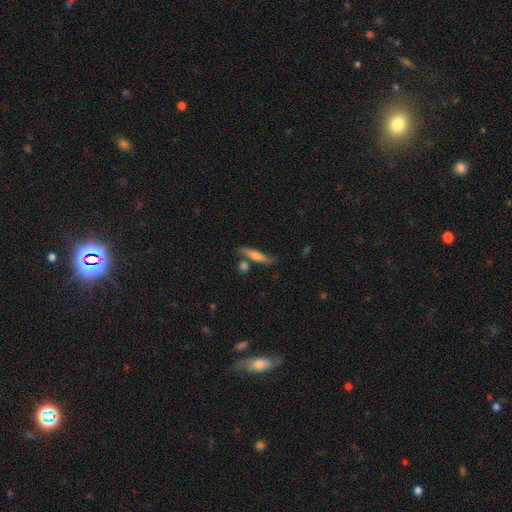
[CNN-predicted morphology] smooth_or_featured: smooth (p=0.59) [alt: featured or disk p=0.34]
how_rounded: cigar-shaped (p=0.83) [alt: in between p=0.14]
merging: none (p=0.71) [alt: minor disturbance p=0.14]